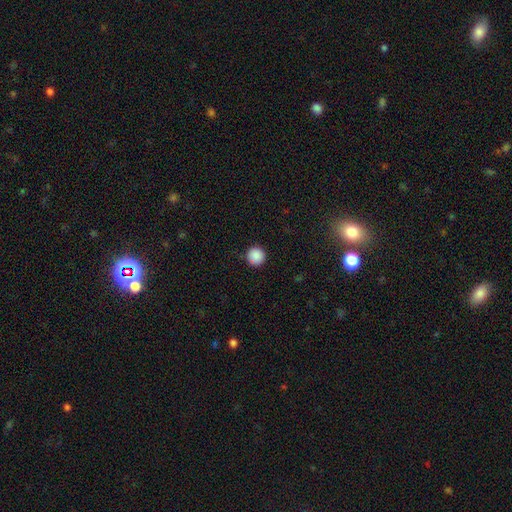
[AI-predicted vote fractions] smooth 87%, star or artifact 9%, featured or disk 4%. Down the decision tree: how rounded — round (93%); merging — none (82%).